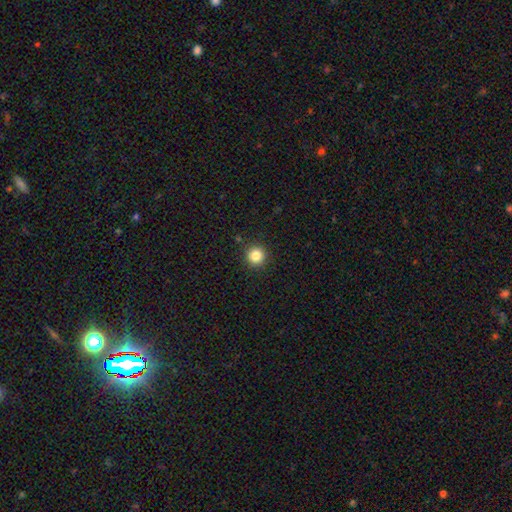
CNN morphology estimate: Smooth or featured? Predicted: smooth (p=0.85). How rounded? Predicted: round (p=0.95). Merging? Predicted: none (p=0.91).